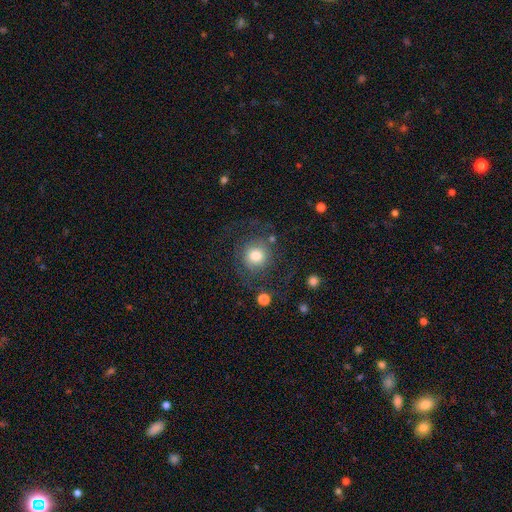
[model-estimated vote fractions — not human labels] Overall: smooth (70%). How rounded: round (90%). Merging: none (69%).